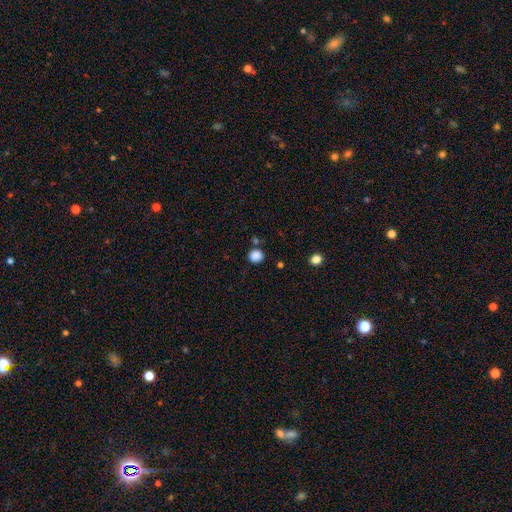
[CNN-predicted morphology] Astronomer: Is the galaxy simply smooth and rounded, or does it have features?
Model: smooth — 86%.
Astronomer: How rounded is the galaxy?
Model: round — 85%.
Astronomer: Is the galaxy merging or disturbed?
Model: none — 83%.